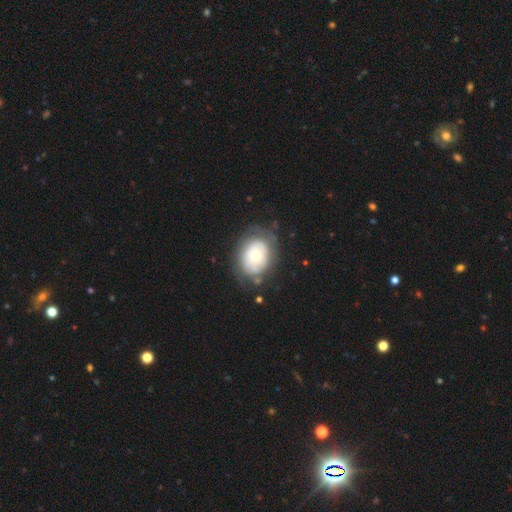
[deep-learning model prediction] Smooth or featured?
  - featured or disk: 50% *
  - smooth: 44%
  - star or artifact: 7%
Merging?
  - none: 62% *
  - minor disturbance: 23%
  - major disturbance: 13%
  - merger: 3%